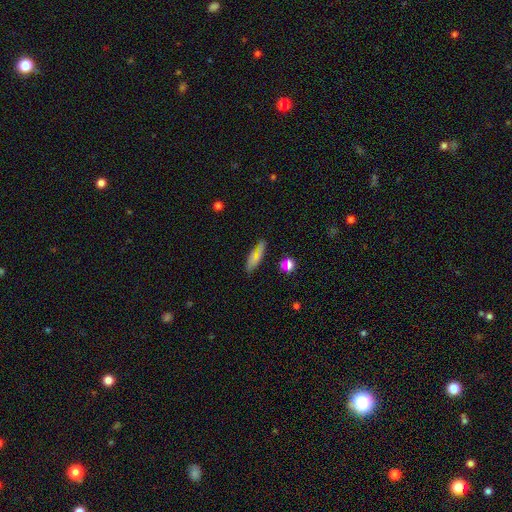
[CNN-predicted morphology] This appears to be a smooth galaxy with no disk features (62%) that is in between round and cigar-shaped (50%). Merging: none (75%).